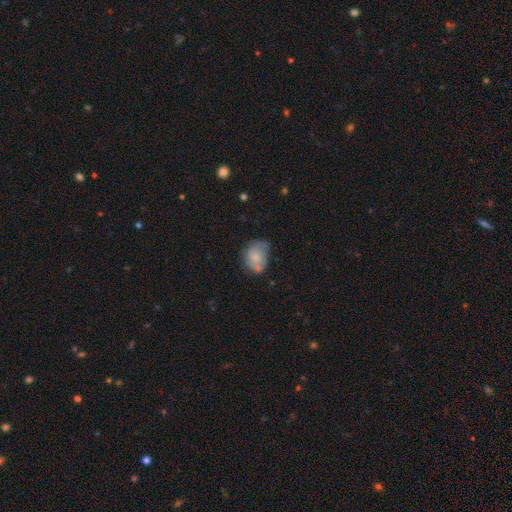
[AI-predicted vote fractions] The model was most divided on "merging": none: 46%, minor disturbance: 32%, major disturbance: 11%, merger: 10%. More confident: smooth or featured — smooth (67%); how rounded — in between (64%).